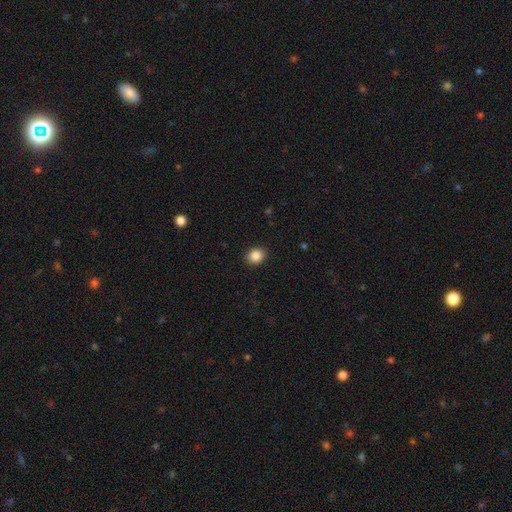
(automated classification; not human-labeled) smooth_or_featured: smooth (p=0.86) [alt: star or artifact p=0.10]
how_rounded: round (p=0.69) [alt: in between p=0.30]
merging: none (p=0.91) [alt: minor disturbance p=0.06]